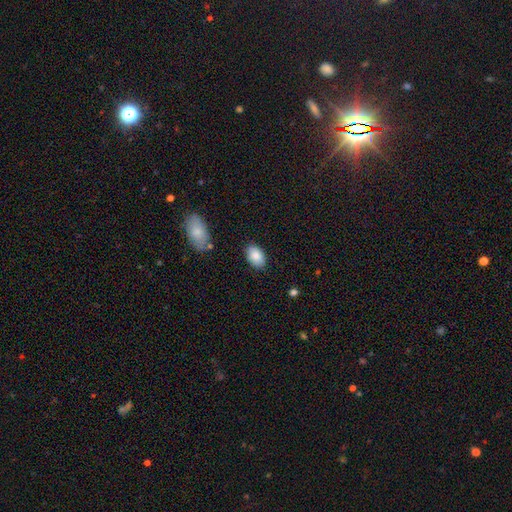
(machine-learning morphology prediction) This appears to be a smooth galaxy with no disk features (86%) that is in between round and cigar-shaped (92%). Merging: none (83%).